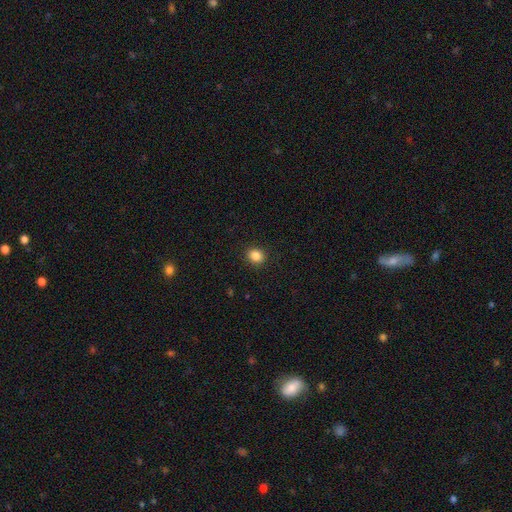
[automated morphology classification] smooth-or-featured: smooth: 86% | star or artifact: 10% | featured or disk: 4%
  how-rounded: round: 72% | in between: 27% | cigar-shaped: 1%
  merging: none: 90% | minor disturbance: 7% | major disturbance: 2% | merger: 1%